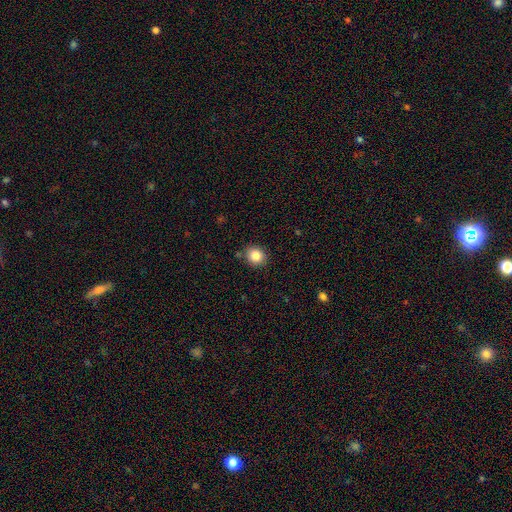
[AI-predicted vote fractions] smooth-or-featured: smooth: 84% | star or artifact: 10% | featured or disk: 6%
  how-rounded: round: 80% | in between: 19% | cigar-shaped: 1%
  merging: none: 85% | minor disturbance: 10% | merger: 3% | major disturbance: 2%